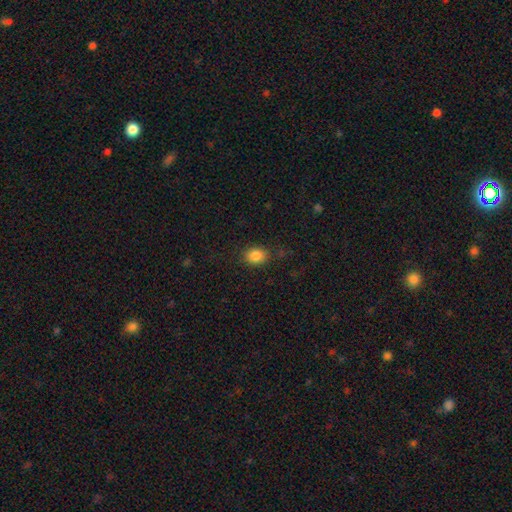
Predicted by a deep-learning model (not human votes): A smooth galaxy with no disk features (85%) that is round (50%). Merging: none (82%).